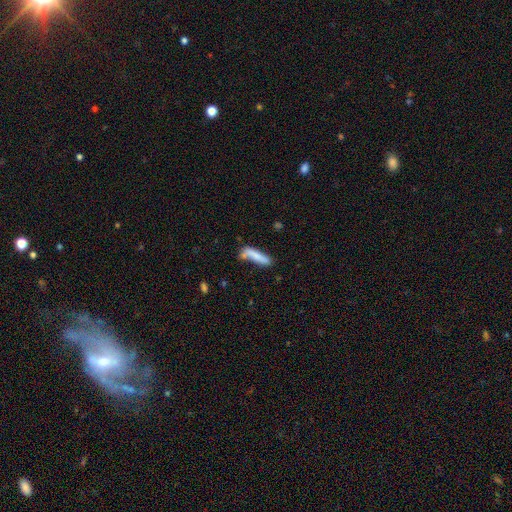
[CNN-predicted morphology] Q: Smooth or featured?
A: smooth (75%); runner-up: featured or disk (19%)
Q: How rounded?
A: cigar-shaped (77%); runner-up: in between (21%)
Q: Merging?
A: none (52%); runner-up: minor disturbance (25%)